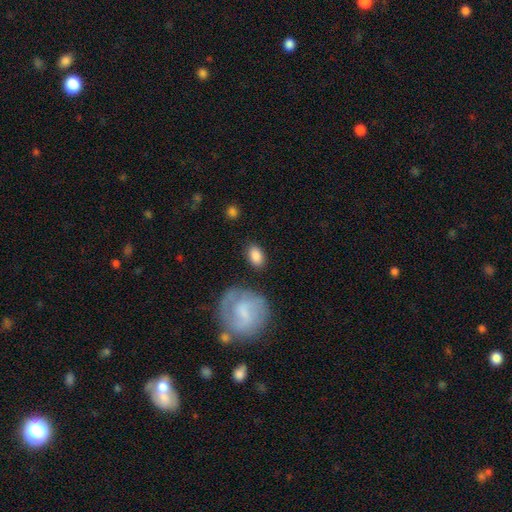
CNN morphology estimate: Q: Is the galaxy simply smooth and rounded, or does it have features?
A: smooth — 84%.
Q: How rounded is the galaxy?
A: in between — 88%.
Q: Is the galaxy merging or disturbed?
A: none — 81%.